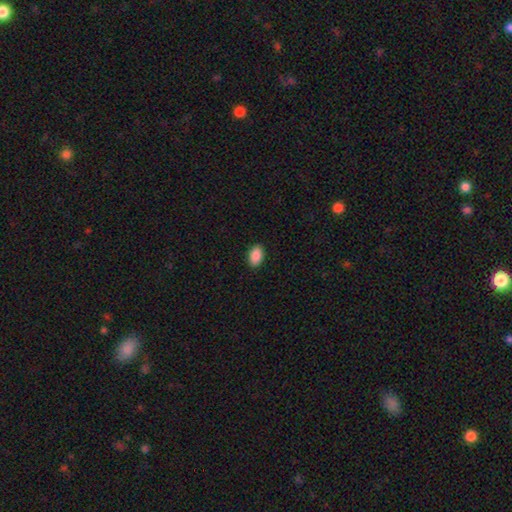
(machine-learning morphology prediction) smooth-or-featured: smooth: 90% | star or artifact: 7% | featured or disk: 3%
  how-rounded: in between: 92% | round: 7% | cigar-shaped: 1%
  merging: none: 91% | minor disturbance: 7% | major disturbance: 2% | merger: 1%